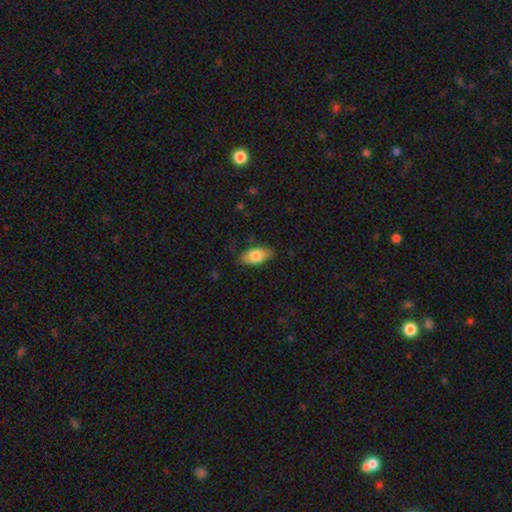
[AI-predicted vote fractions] Morphology: type=smooth (79%); roundness=in between (90%); merging=none (83%).